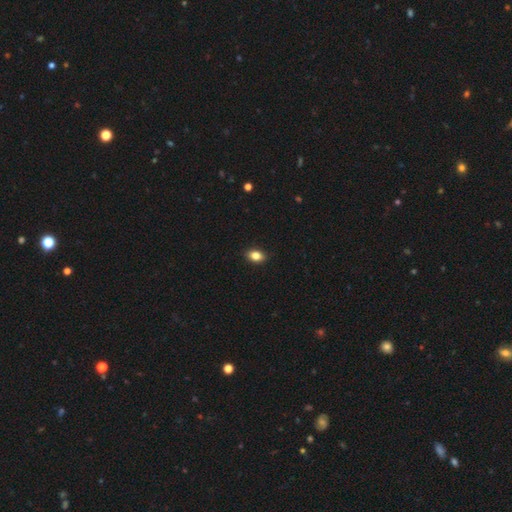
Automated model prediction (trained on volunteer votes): smooth 84%, star or artifact 9%, featured or disk 6%. Down the decision tree: how rounded — in between (80%); merging — none (89%).